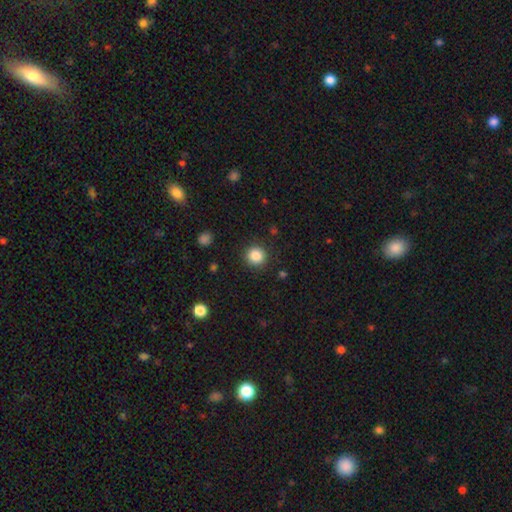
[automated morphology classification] smooth-or-featured: smooth: 85% | star or artifact: 10% | featured or disk: 5%
  how-rounded: round: 94% | in between: 5% | cigar-shaped: 1%
  merging: none: 89% | minor disturbance: 7% | major disturbance: 3% | merger: 1%